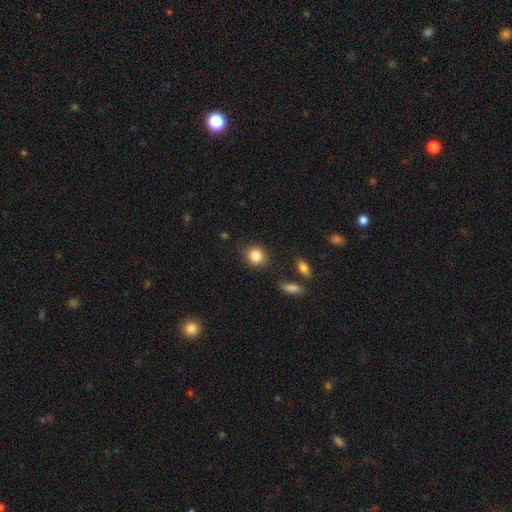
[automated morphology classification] type=smooth (86%); roundness=round (81%); merging=none (84%).